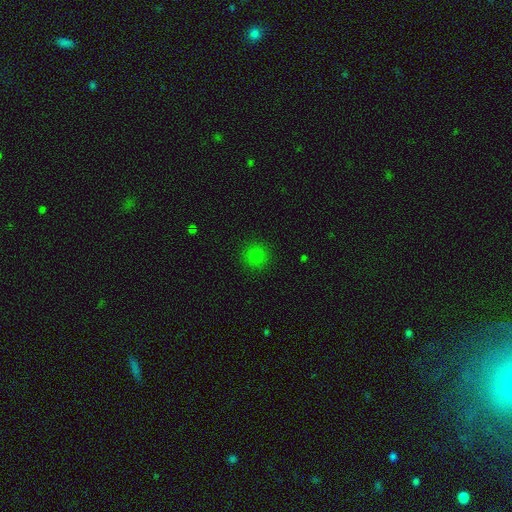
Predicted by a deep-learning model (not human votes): Q: Smooth or featured?
A: smooth (80%); runner-up: star or artifact (16%)
Q: How rounded?
A: round (91%); runner-up: in between (8%)
Q: Merging?
A: none (88%); runner-up: minor disturbance (8%)